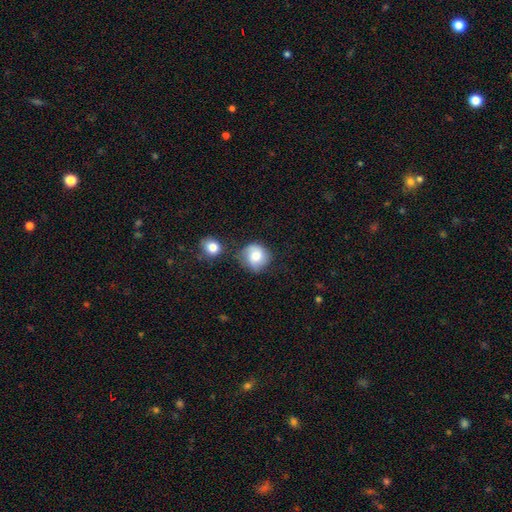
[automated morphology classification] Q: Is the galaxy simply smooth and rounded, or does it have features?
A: smooth — 74%.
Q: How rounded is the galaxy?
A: round — 86%.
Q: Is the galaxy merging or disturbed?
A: none — 60%.